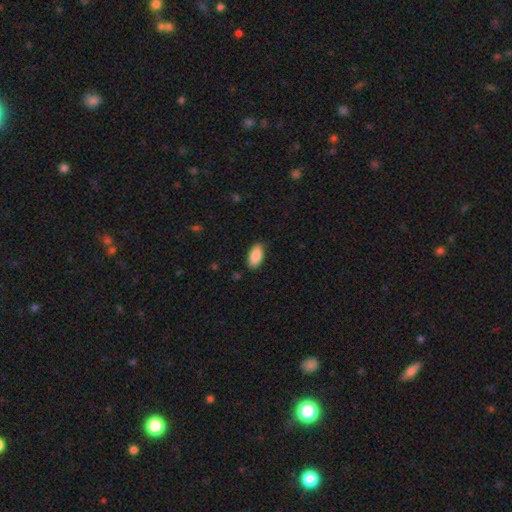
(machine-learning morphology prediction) This is clearly a smooth galaxy (89%). How rounded: clearly in between (93%). Merging: clearly none (85%).